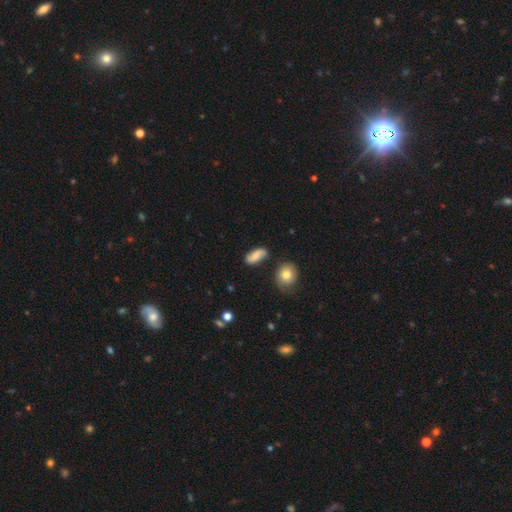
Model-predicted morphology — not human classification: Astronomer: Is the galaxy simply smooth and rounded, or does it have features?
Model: smooth — 59%.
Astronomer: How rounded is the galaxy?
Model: in between — 82%.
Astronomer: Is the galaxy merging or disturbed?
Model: none — 72%.